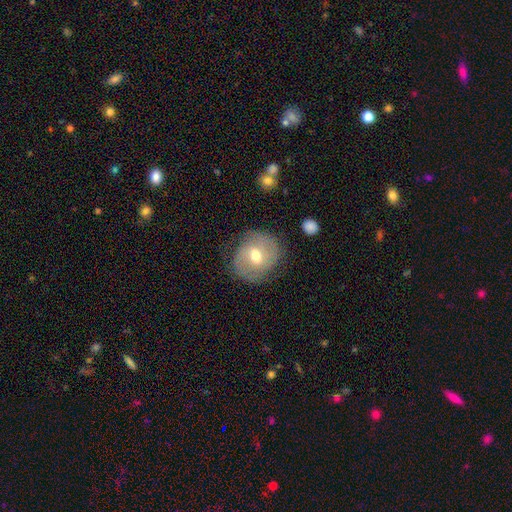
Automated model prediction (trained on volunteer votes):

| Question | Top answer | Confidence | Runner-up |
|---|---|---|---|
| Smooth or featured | featured or disk | 53% | smooth (39%) |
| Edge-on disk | no | 96% | yes (4%) |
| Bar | weak | 49% | no (39%) |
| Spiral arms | yes | 74% | no (26%) |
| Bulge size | moderate | 72% | small (21%) |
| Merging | none | 73% | minor disturbance (18%) |